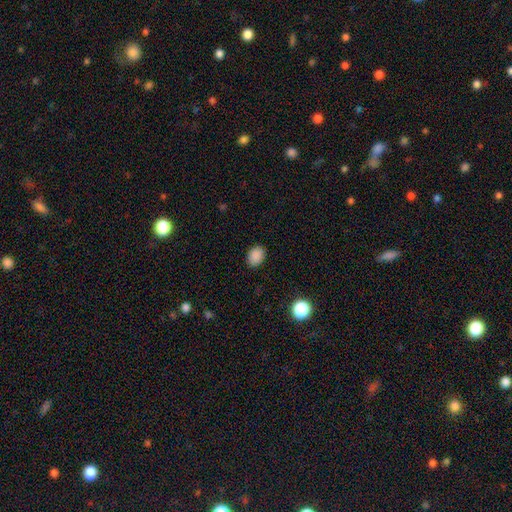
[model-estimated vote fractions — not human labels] The model was most divided on "how rounded": in between: 63%, round: 36%, cigar-shaped: 1%. More confident: smooth or featured — smooth (87%); merging — none (87%).